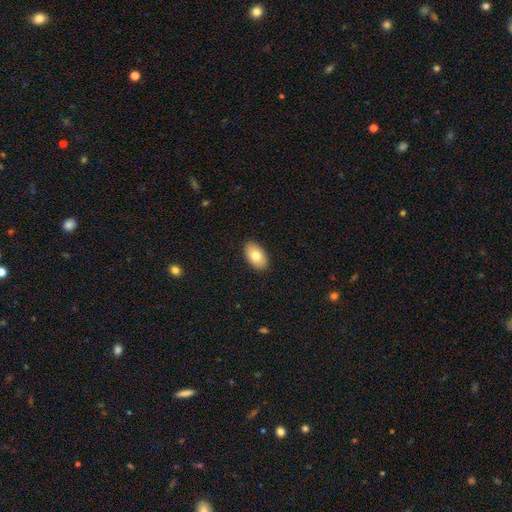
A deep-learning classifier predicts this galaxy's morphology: smooth 78%, featured or disk 15%, star or artifact 7%. Down the decision tree: how rounded — in between (93%); merging — none (89%).